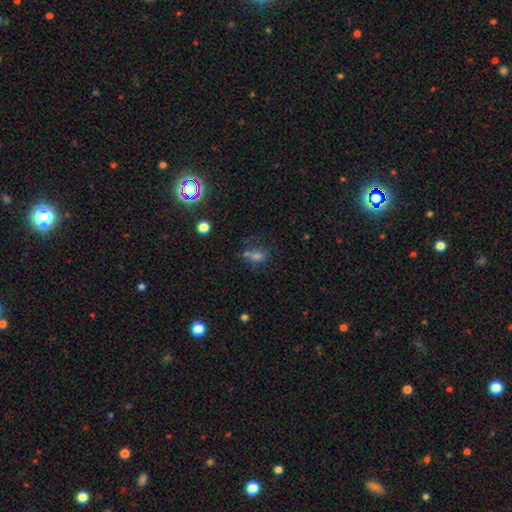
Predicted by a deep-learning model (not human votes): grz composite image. It shows a smooth galaxy with no disk features (46%). Merging: none (48%).